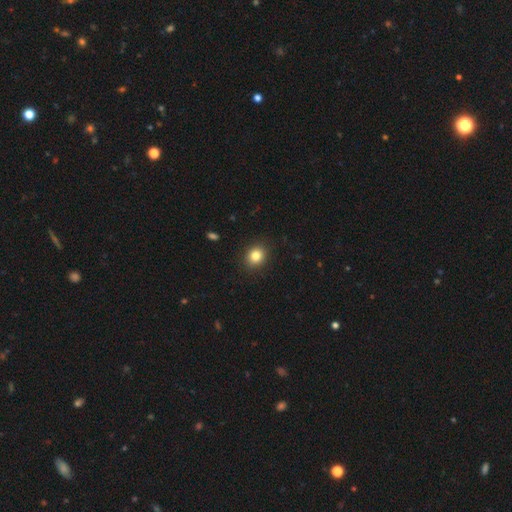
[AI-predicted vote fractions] This is clearly a smooth galaxy (83%). How rounded: likely round (71%). Merging: clearly none (91%).